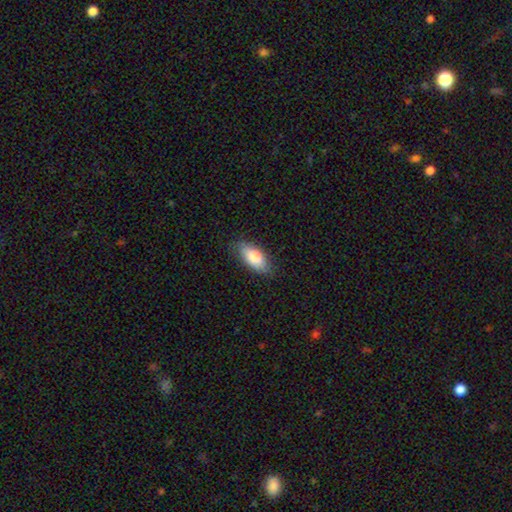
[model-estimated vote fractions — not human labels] Q: Smooth or featured?
A: smooth (80%); runner-up: featured or disk (14%)
Q: How rounded?
A: in between (88%); runner-up: cigar-shaped (9%)
Q: Merging?
A: none (81%); runner-up: minor disturbance (15%)